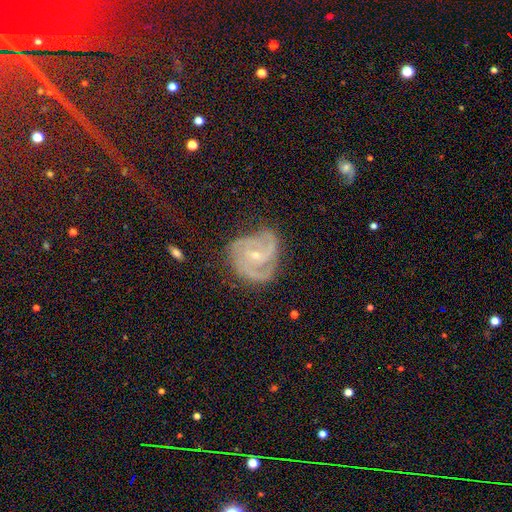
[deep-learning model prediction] Smooth or featured? featured or disk (86%)
Edge-on disk? no (98%)
Bar? no (51%)
Spiral arms? yes (96%)
Spiral winding? tight (47%)
Spiral arm count? 3 (37%)
Bulge size? small (73%)
Merging? none (56%)